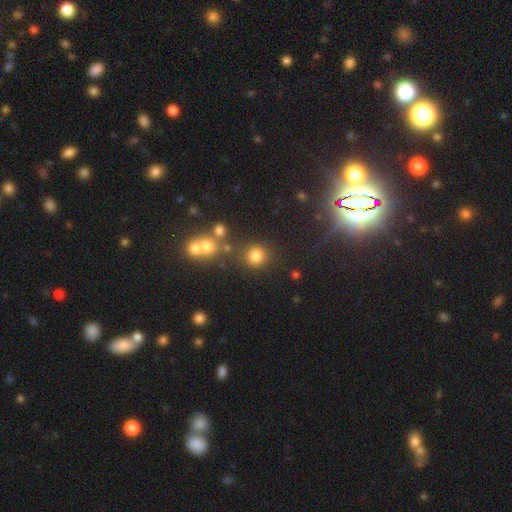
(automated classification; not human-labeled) This appears to be a smooth galaxy with no disk features (78%) that is round (88%). Merging: none (75%).